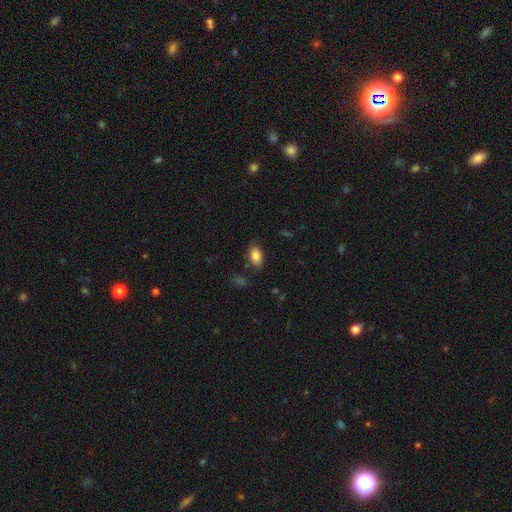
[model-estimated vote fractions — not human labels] This is clearly a smooth galaxy (85%). How rounded: clearly in between (91%). Merging: likely none (80%).